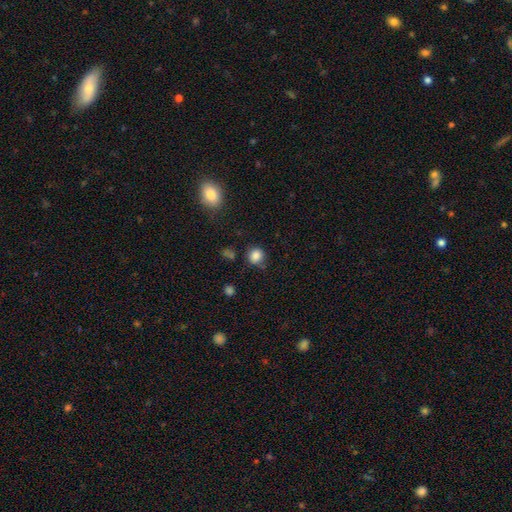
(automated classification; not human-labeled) Smooth or featured? Predicted: smooth (p=0.85). How rounded? Predicted: round (p=0.83). Merging? Predicted: none (p=0.76).